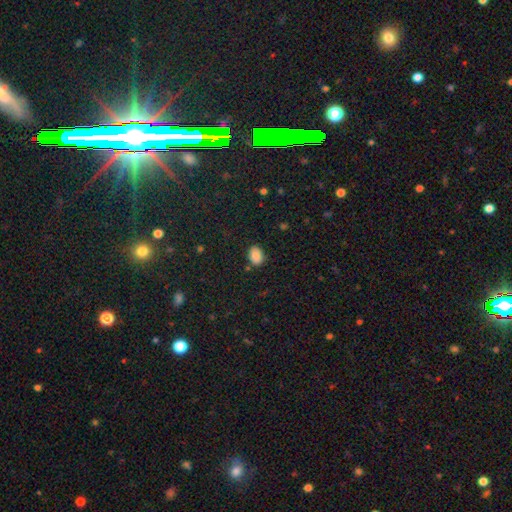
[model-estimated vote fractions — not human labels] This appears to be a smooth galaxy with no disk features (86%) that is in between round and cigar-shaped (76%). Merging: none (83%).